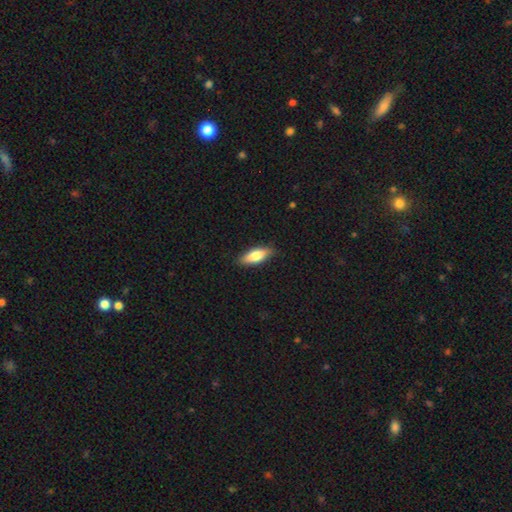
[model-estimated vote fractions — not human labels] smooth_or_featured: smooth (p=0.75) [alt: featured or disk p=0.19]
how_rounded: in between (p=0.69) [alt: cigar-shaped p=0.29]
merging: none (p=0.86) [alt: minor disturbance p=0.11]